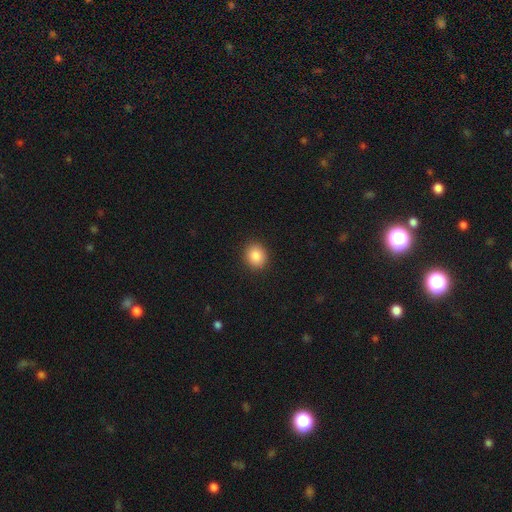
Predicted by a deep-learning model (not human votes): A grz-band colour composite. It shows a smooth galaxy with no disk features (87%) that is round (75%). Merging: none (91%).